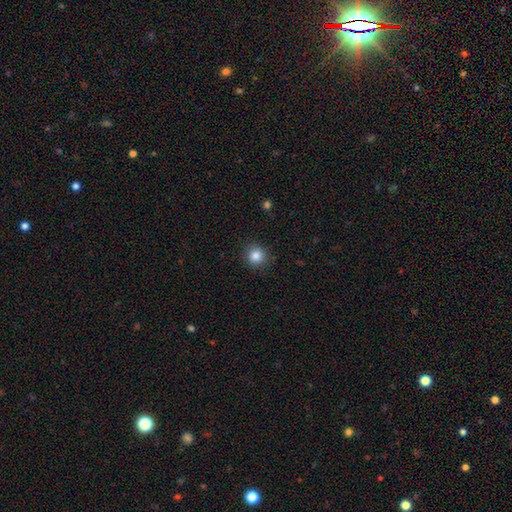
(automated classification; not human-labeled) Smooth or featured? smooth (85%)
How rounded? round (92%)
Merging? none (90%)